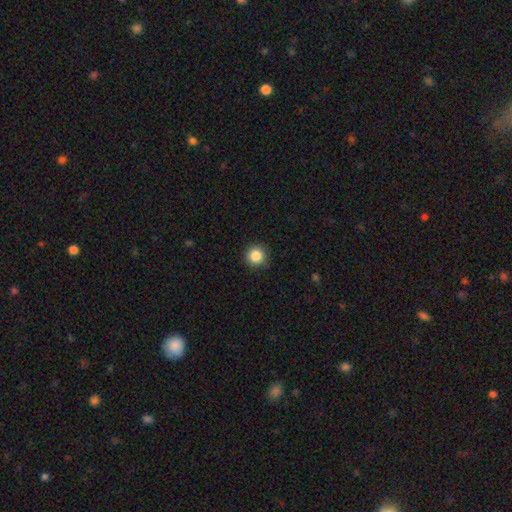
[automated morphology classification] The model was most divided on "smooth or featured": smooth: 86%, star or artifact: 10%, featured or disk: 4%. More confident: how rounded — round (95%); merging — none (92%).